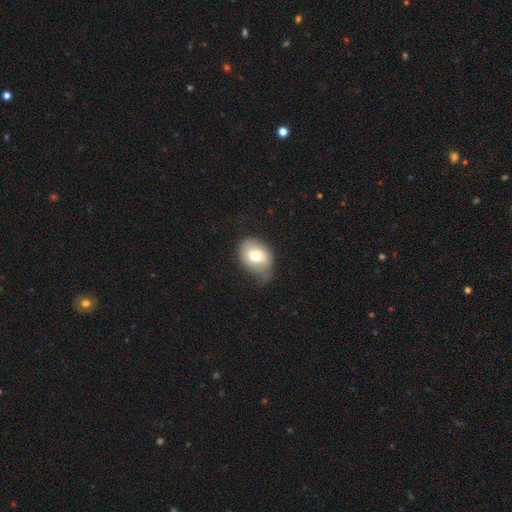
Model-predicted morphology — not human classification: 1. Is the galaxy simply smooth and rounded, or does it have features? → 71% smooth, 20% featured or disk, 9% star or artifact.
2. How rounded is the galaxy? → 64% in between, 35% round, 1% cigar-shaped.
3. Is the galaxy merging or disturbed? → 48% none, 38% minor disturbance, 12% major disturbance, 2% merger.